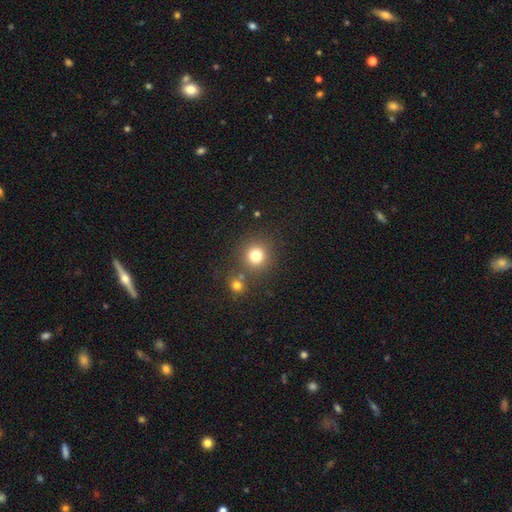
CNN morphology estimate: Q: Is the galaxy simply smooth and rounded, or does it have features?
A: smooth — 78%.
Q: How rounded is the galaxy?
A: round — 93%.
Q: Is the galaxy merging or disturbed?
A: none — 80%.